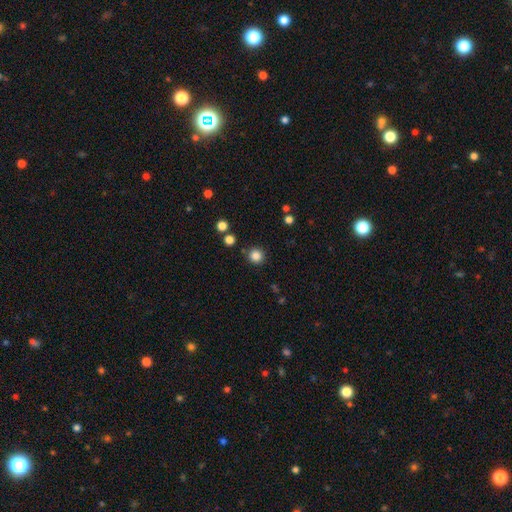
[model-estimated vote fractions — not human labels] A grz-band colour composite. It shows a smooth galaxy with no disk features (84%) that is round (94%). Merging: none (87%).